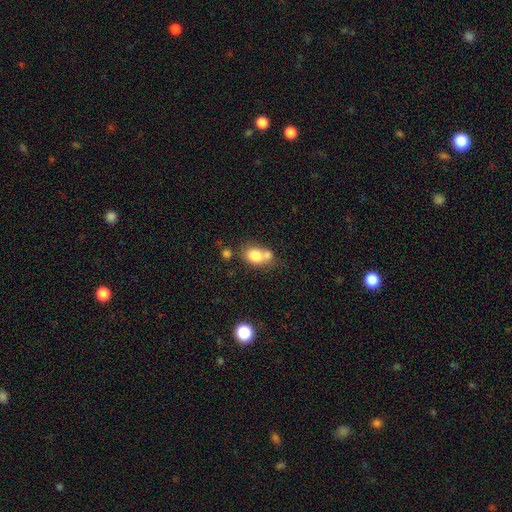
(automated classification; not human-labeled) Smooth or featured? smooth (76%)
How rounded? in between (61%)
Merging? merger (47%)